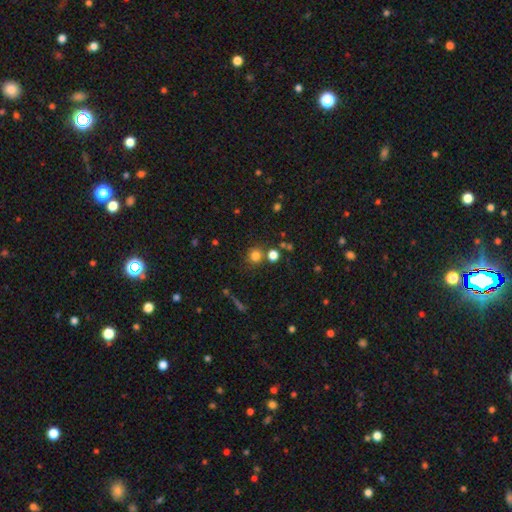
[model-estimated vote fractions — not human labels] Smooth or featured? Predicted: smooth (p=0.77). How rounded? Predicted: round (p=0.91). Merging? Predicted: none (p=0.75).